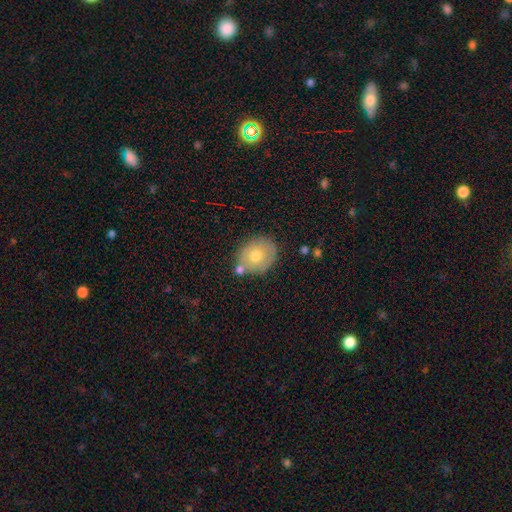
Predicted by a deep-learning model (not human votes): Overall: smooth (67%). How rounded: round (59%; in between 40%). Merging: none (71%).